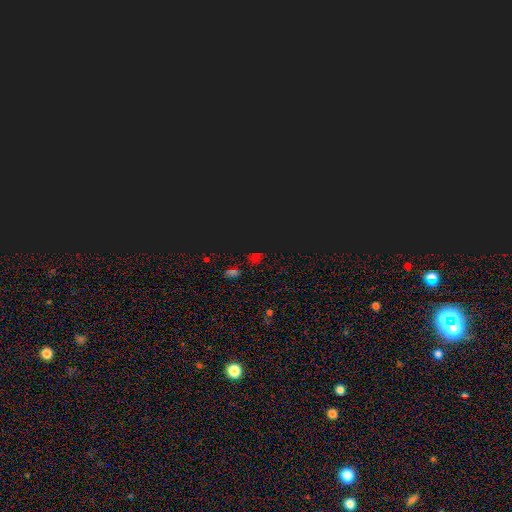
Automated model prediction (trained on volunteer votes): smooth_or_featured: star or artifact (p=0.74) [alt: smooth p=0.19]